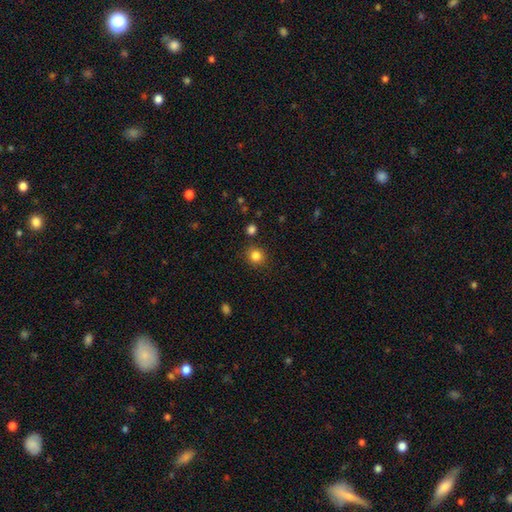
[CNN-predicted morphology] Smooth or featured? smooth (83%)
How rounded? round (87%)
Merging? none (87%)